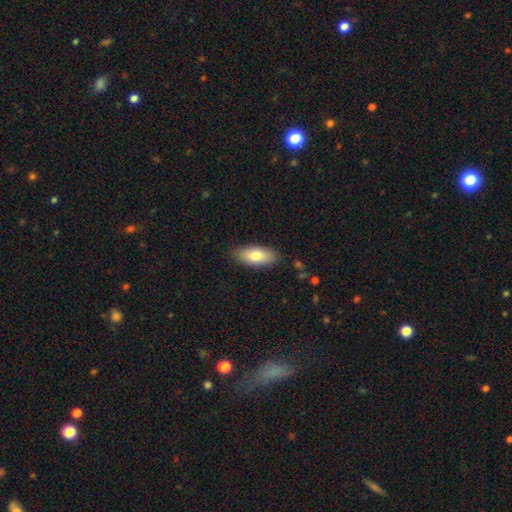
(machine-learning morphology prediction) Overall: smooth (77%). How rounded: in between (86%). Merging: none (87%).